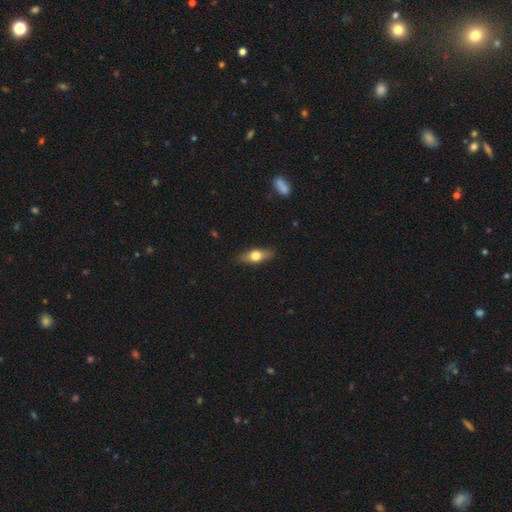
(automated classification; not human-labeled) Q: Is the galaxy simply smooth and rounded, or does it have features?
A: smooth — 60%.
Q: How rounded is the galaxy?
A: in between — 63%.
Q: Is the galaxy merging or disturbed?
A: none — 87%.